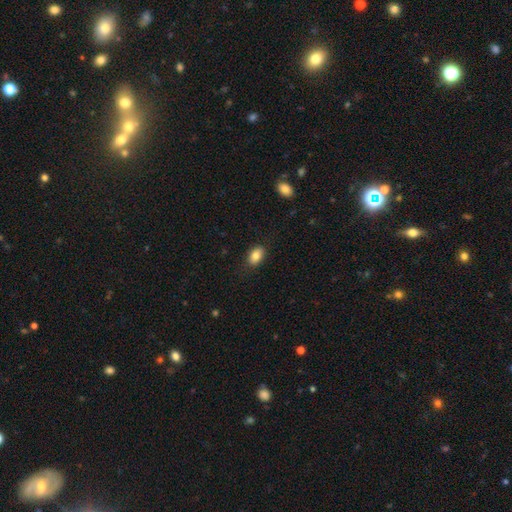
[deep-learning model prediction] smooth-or-featured: smooth: 83% | featured or disk: 9% | star or artifact: 8%
  how-rounded: in between: 87% | round: 11% | cigar-shaped: 2%
  merging: none: 85% | minor disturbance: 12% | major disturbance: 3% | merger: 1%